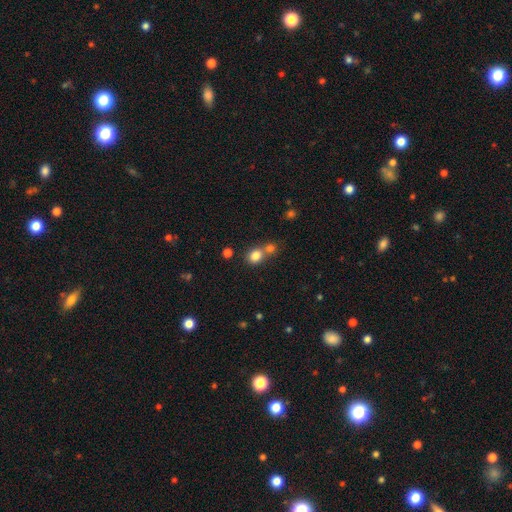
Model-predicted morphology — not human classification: smooth 81%, star or artifact 12%, featured or disk 8%. Down the decision tree: how rounded — round (69%); merging — none (46%).